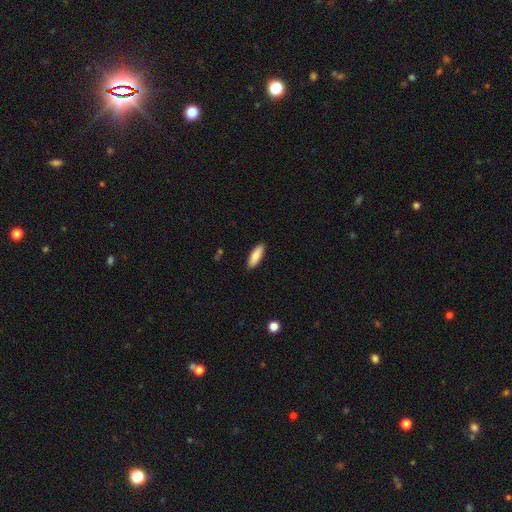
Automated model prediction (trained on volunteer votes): The model was most divided on "how rounded": in between: 60%, cigar-shaped: 39%, round: 2%. More confident: merging — none (90%); smooth or featured — smooth (84%).